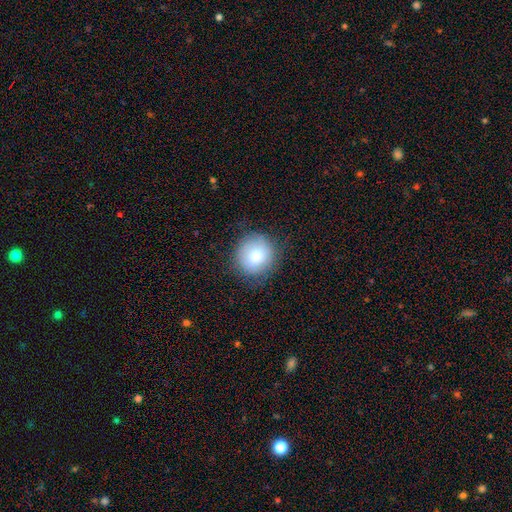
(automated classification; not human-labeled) Smooth or featured? Predicted: smooth (p=0.77). How rounded? Predicted: round (p=0.88). Merging? Predicted: none (p=0.80).